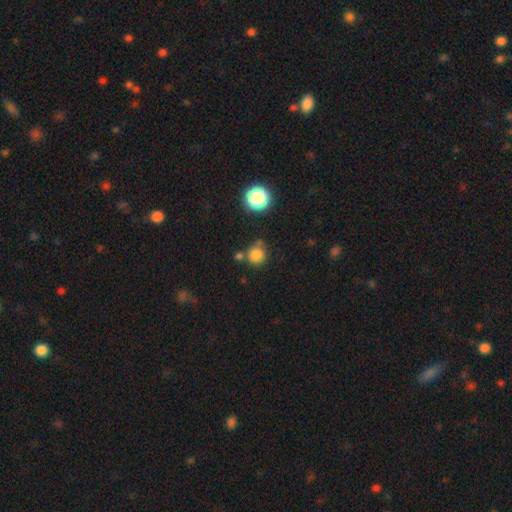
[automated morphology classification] This appears to be a smooth galaxy with no disk features (81%) that is round (85%). Merging: none (63%).